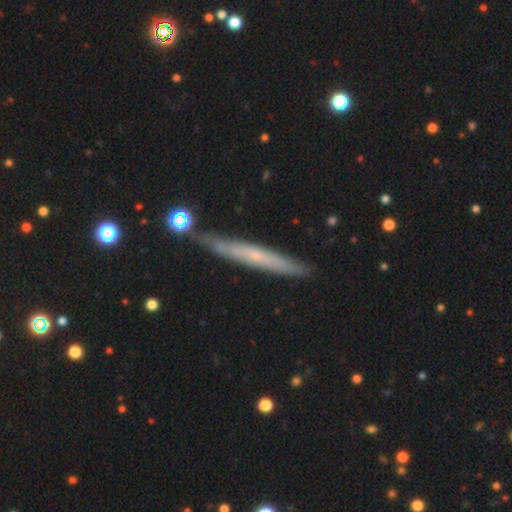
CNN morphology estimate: Q: Smooth or featured?
A: featured or disk (54%); runner-up: smooth (39%)
Q: Edge-on disk?
A: yes (88%); runner-up: no (12%)
Q: Merging?
A: none (80%); runner-up: minor disturbance (14%)